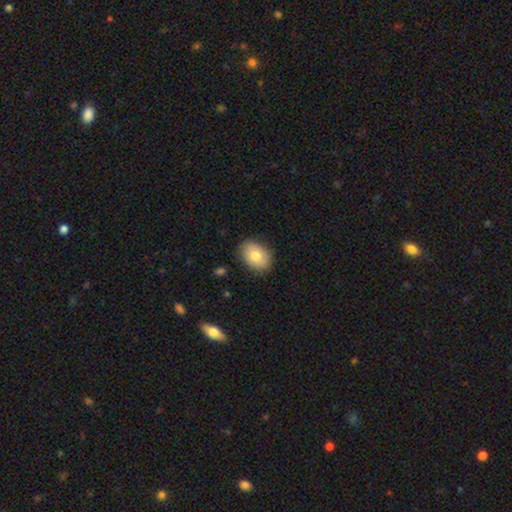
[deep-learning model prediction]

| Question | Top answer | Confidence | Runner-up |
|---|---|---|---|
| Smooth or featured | smooth | 80% | featured or disk (13%) |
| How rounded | in between | 74% | round (25%) |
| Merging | none | 83% | minor disturbance (13%) |